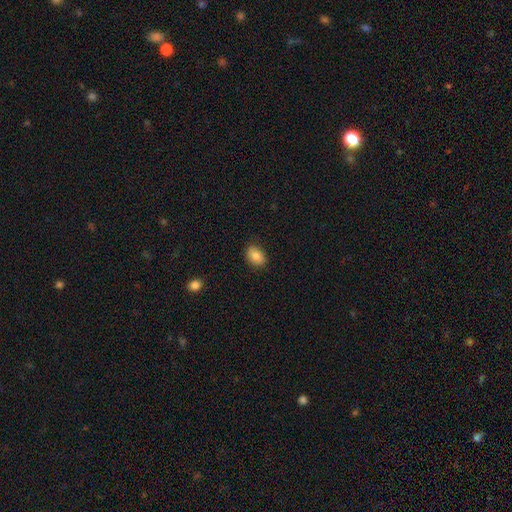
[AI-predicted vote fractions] smooth-or-featured: smooth: 86% | star or artifact: 8% | featured or disk: 6%
  how-rounded: in between: 77% | round: 22% | cigar-shaped: 1%
  merging: none: 85% | minor disturbance: 11% | major disturbance: 2% | merger: 1%